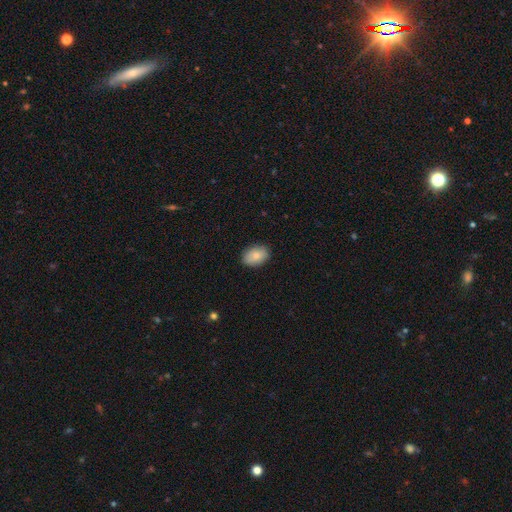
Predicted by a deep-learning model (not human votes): Morphology: type=smooth (82%); roundness=in between (86%); merging=none (87%).